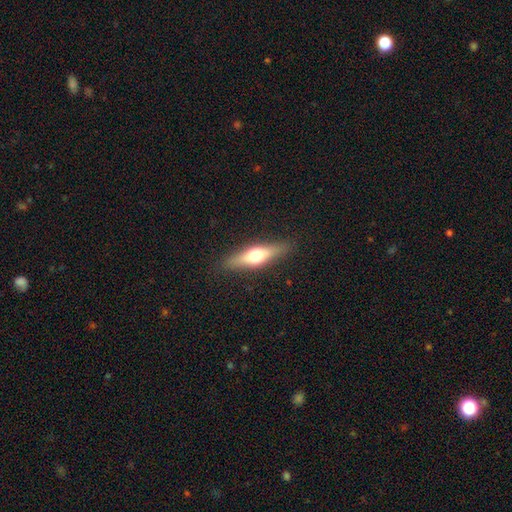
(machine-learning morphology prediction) smooth_or_featured: featured or disk (p=0.47) [alt: smooth p=0.46]
merging: none (p=0.88) [alt: minor disturbance p=0.09]